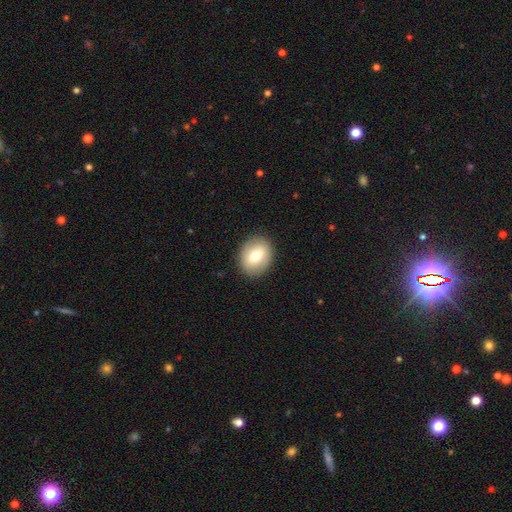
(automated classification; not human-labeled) Smooth or featured?
  - smooth: 71% *
  - featured or disk: 21%
  - star or artifact: 8%
How rounded?
  - round: 52% *
  - in between: 47%
  - cigar-shaped: 1%
Merging?
  - none: 89% *
  - minor disturbance: 8%
  - major disturbance: 2%
  - merger: 1%